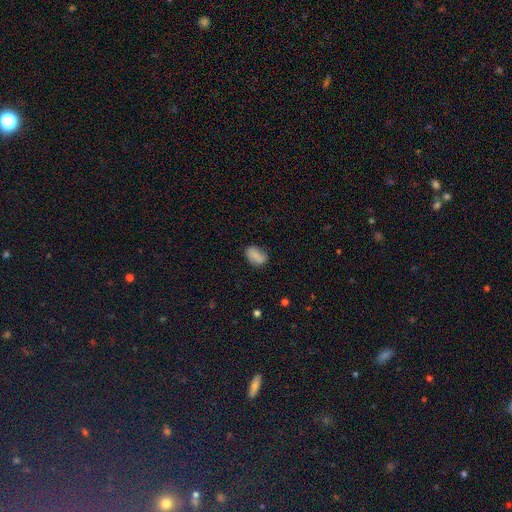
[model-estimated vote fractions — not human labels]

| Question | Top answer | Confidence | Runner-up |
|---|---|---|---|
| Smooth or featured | smooth | 74% | featured or disk (17%) |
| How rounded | in between | 84% | round (13%) |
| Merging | none | 76% | minor disturbance (17%) |